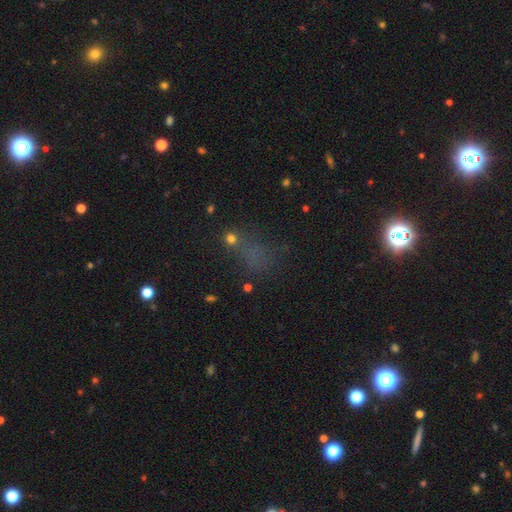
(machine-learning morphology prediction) Smooth or featured: smooth — 44% (star or artifact — 41%)
Merging: none — 48% (major disturbance — 25%)